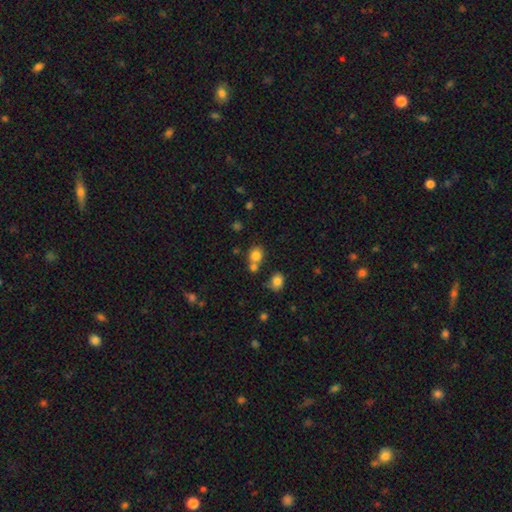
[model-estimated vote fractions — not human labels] smooth-or-featured: smooth: 80% | star or artifact: 13% | featured or disk: 8%
  how-rounded: round: 75% | in between: 24% | cigar-shaped: 1%
  merging: none: 54% | merger: 32% | minor disturbance: 10% | major disturbance: 4%